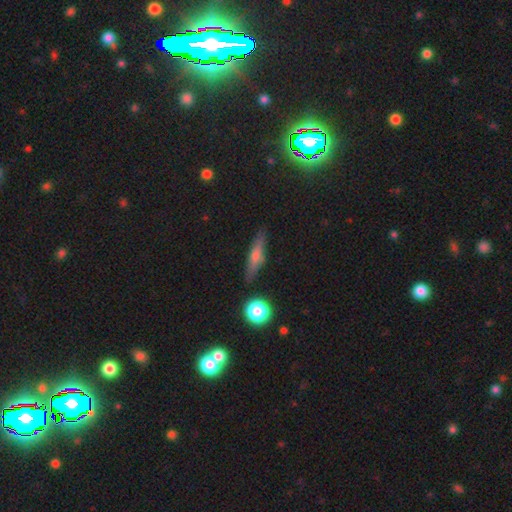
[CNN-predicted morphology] smooth_or_featured: featured or disk (p=0.49) [alt: smooth p=0.37]
merging: none (p=0.87) [alt: minor disturbance p=0.09]